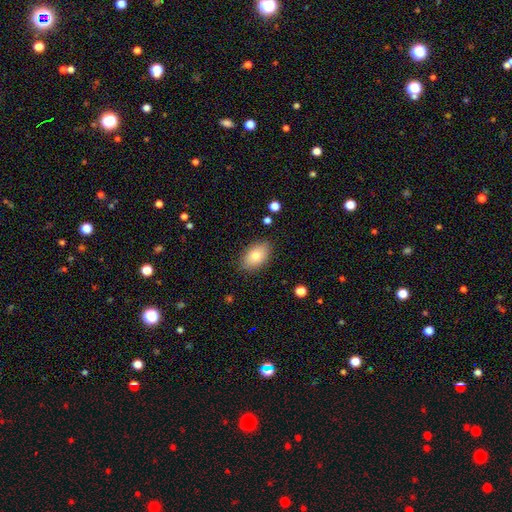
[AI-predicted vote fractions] Overall: smooth (79%). How rounded: in between (89%). Merging: none (85%).